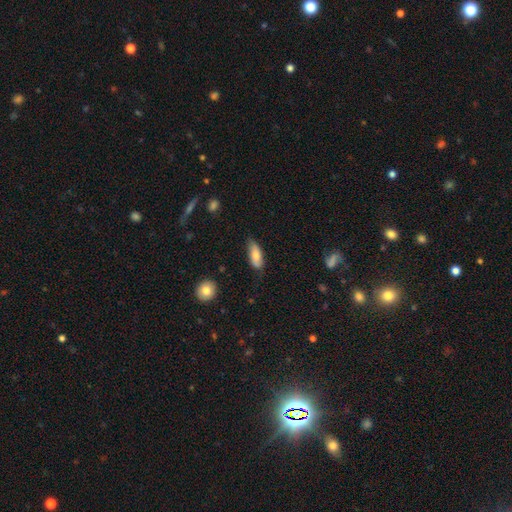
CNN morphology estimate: Smooth or featured: smooth — 74% (featured or disk — 20%)
How rounded: in between — 78% (cigar-shaped — 19%)
Merging: none — 66% (minor disturbance — 28%)